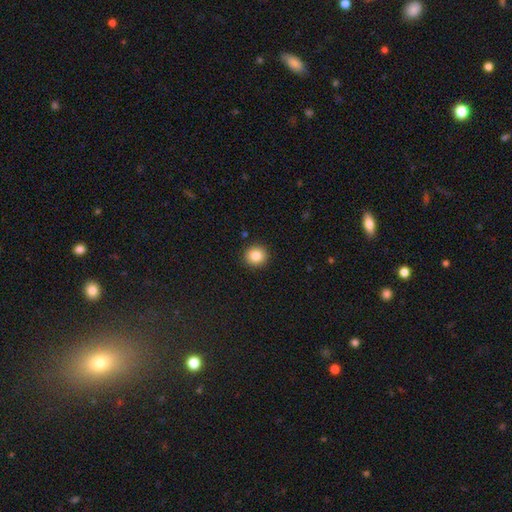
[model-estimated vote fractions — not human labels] The model was most divided on "smooth or featured": smooth: 85%, star or artifact: 10%, featured or disk: 6%. More confident: how rounded — round (92%); merging — none (91%).